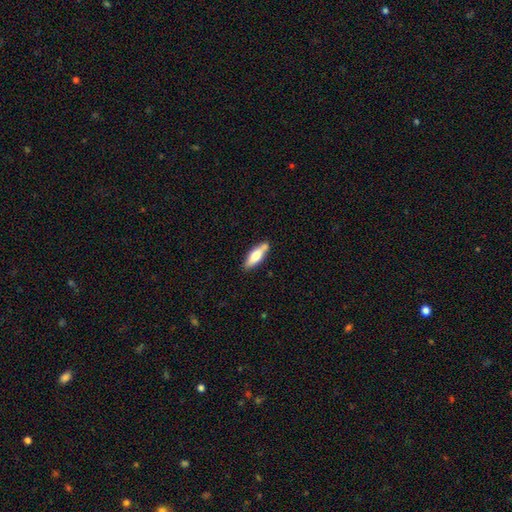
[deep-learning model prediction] Smooth or featured?
  - smooth: 63% *
  - featured or disk: 31%
  - star or artifact: 6%
How rounded?
  - in between: 51% *
  - cigar-shaped: 47%
  - round: 2%
Merging?
  - none: 74% *
  - minor disturbance: 16%
  - merger: 7%
  - major disturbance: 3%